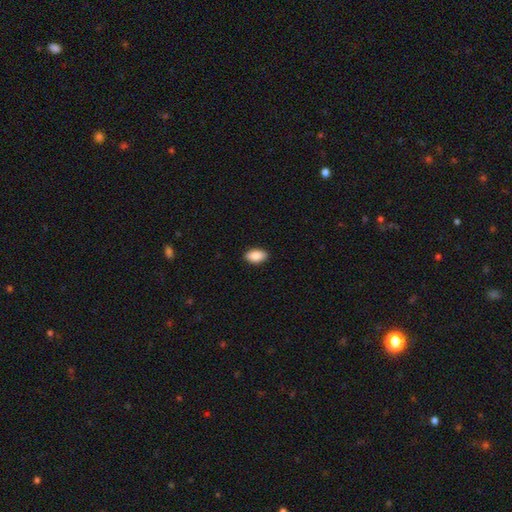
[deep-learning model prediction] Morphology: type=smooth (89%); roundness=in between (93%); merging=none (90%).